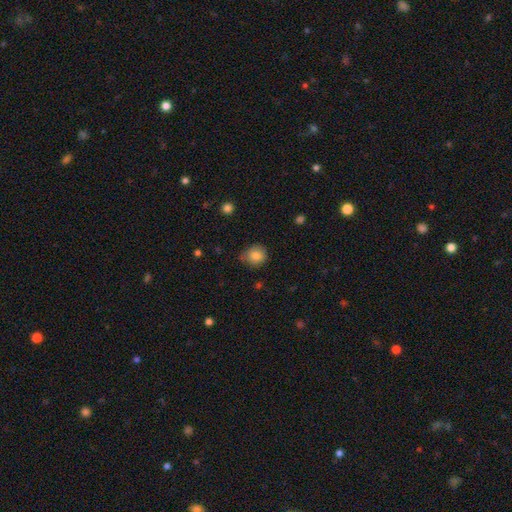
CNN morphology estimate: type=smooth (82%); roundness=round (79%); merging=none (69%).